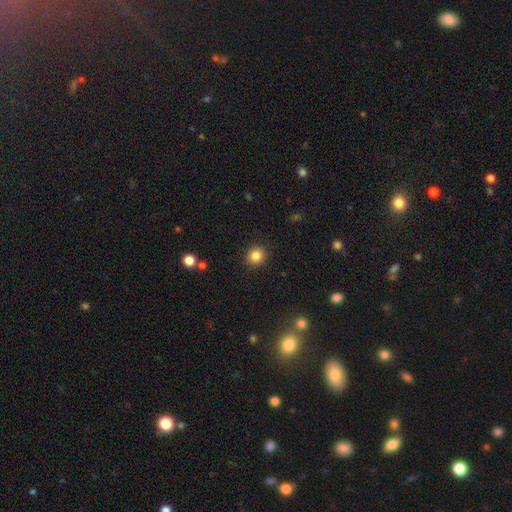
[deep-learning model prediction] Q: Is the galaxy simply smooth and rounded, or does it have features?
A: smooth — 84%.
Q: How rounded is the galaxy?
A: round — 89%.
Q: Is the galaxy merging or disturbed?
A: none — 91%.